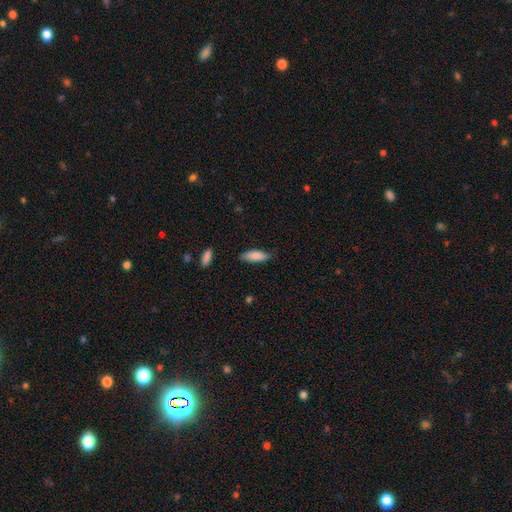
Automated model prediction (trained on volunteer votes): smooth 85%, featured or disk 9%, star or artifact 6%. Down the decision tree: how rounded — in between (62%); merging — none (77%).